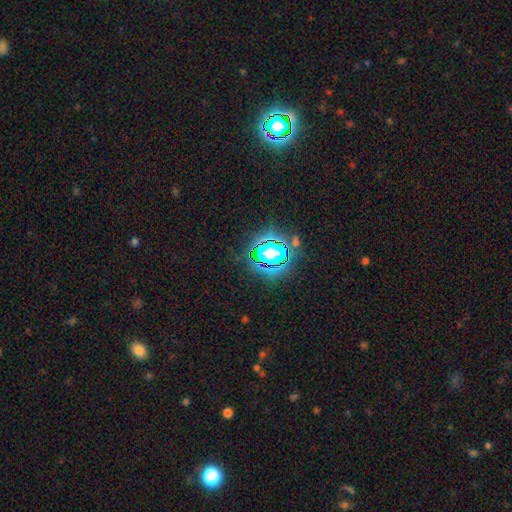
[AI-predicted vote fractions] A star or artifact, not a galaxy (83%).